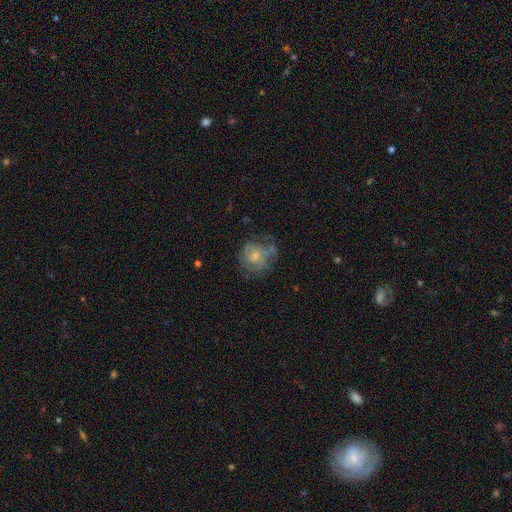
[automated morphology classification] Smooth or featured? Predicted: featured or disk (p=0.56). Edge-on disk? Predicted: no (p=0.98). Bar? Predicted: no (p=0.81). Spiral arms? Predicted: yes (p=0.62). Bulge size? Predicted: small (p=0.54). Merging? Predicted: none (p=0.49).